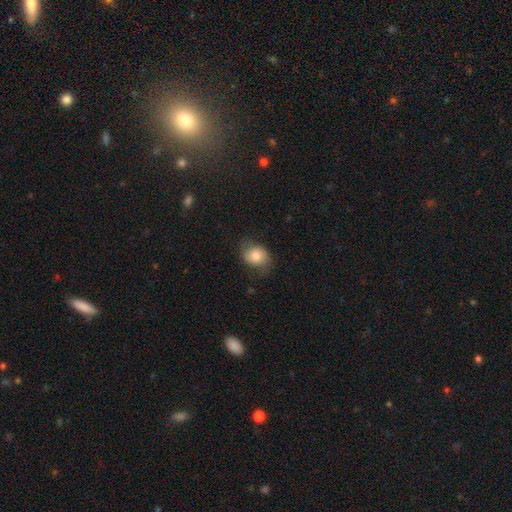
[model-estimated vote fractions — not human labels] Smooth or featured? Predicted: smooth (p=0.74). How rounded? Predicted: round (p=0.50). Merging? Predicted: none (p=0.66).